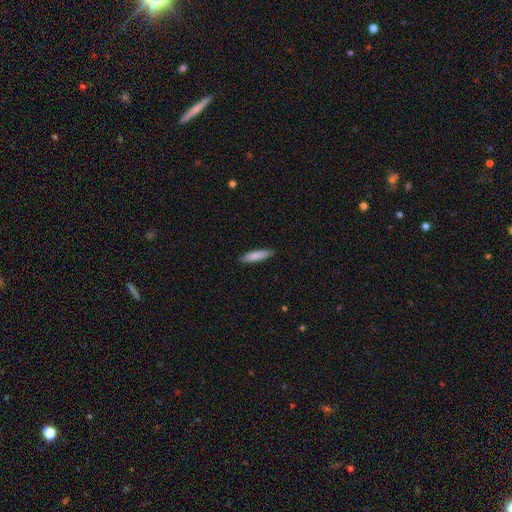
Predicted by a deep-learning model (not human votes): Smooth or featured?
  - smooth: 84% *
  - featured or disk: 11%
  - star or artifact: 6%
How rounded?
  - cigar-shaped: 80% *
  - in between: 19%
  - round: 1%
Merging?
  - none: 88% *
  - minor disturbance: 9%
  - major disturbance: 2%
  - merger: 1%